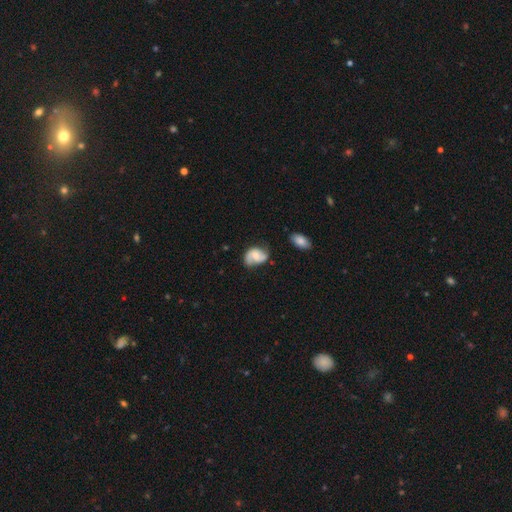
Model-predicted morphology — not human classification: This appears to be a featured or disk galaxy (60%) with no bar (57%), 2 (76%) medium (42%) spiral arms (89%) and a moderate central bulge (51%). Merging: none (59%).